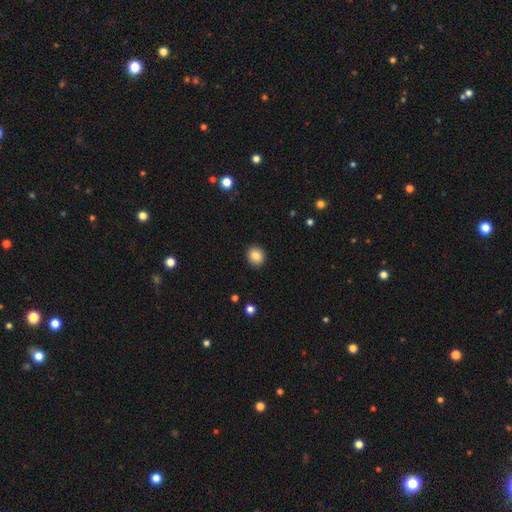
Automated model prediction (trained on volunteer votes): This appears to be a smooth galaxy with no disk features (85%) that is round (80%). Merging: none (91%).